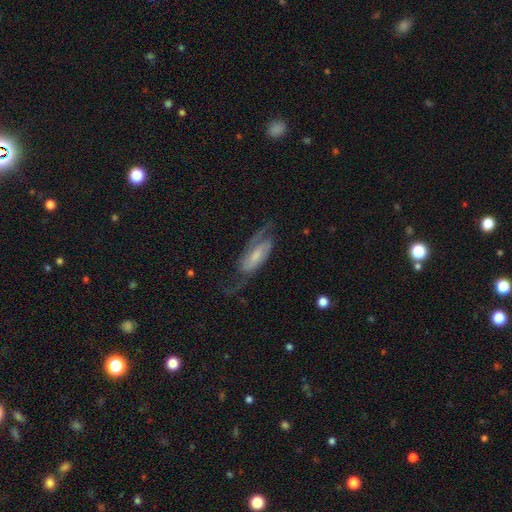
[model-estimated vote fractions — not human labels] A featured or disk galaxy (79%) with a weak bar (41%), 2 (83%) medium (48%) spiral arms (94%) and a small central bulge (41%). Merging: none (60%).